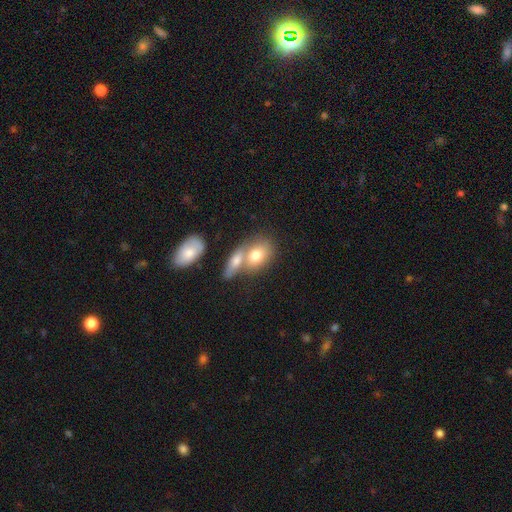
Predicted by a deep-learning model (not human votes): Smooth or featured? smooth (72%)
How rounded? in between (70%)
Merging? merger (56%)